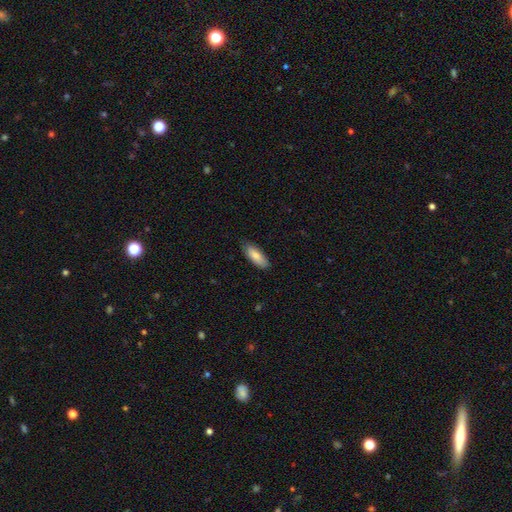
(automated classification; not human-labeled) Overall: smooth (83%). How rounded: in between (72%). Merging: none (82%).